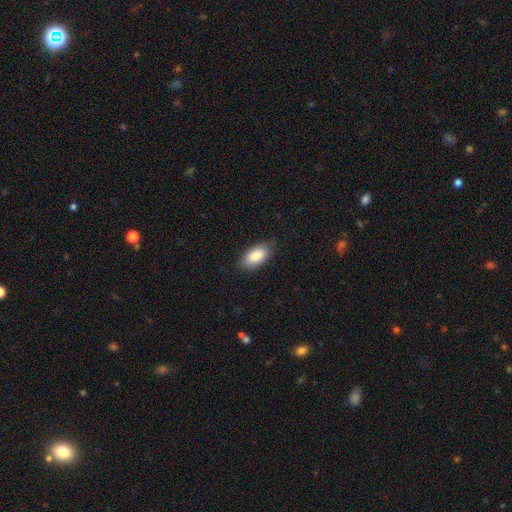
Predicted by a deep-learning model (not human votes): A smooth galaxy with no disk features (86%) that is in between round and cigar-shaped (93%). Merging: none (82%).